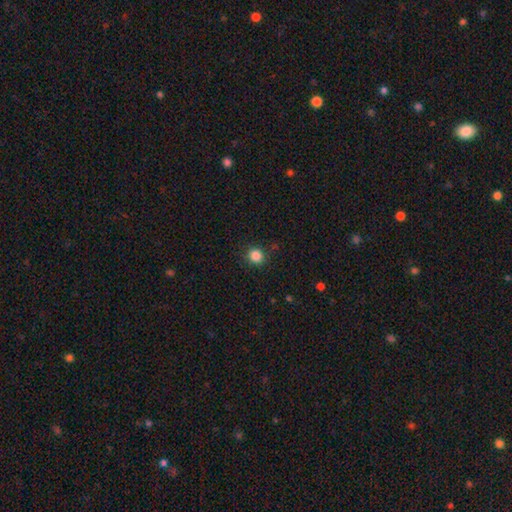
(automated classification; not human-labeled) Smooth or featured: smooth — 85% (star or artifact — 11%)
How rounded: round — 88% (in between — 11%)
Merging: none — 88% (minor disturbance — 8%)